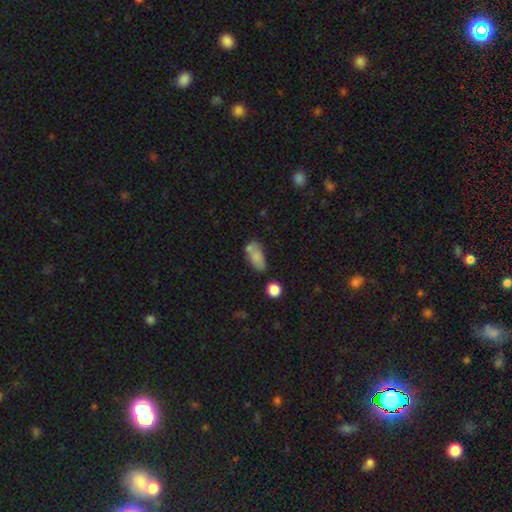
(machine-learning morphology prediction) Overall: smooth (75%). How rounded: in between (86%). Merging: none (44%; merger 24%).